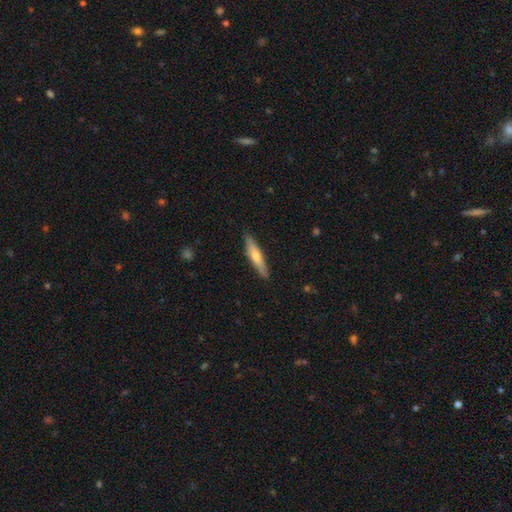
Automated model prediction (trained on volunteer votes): A smooth galaxy with no disk features (51%) that is cigar-shaped (89%). Merging: none (89%).